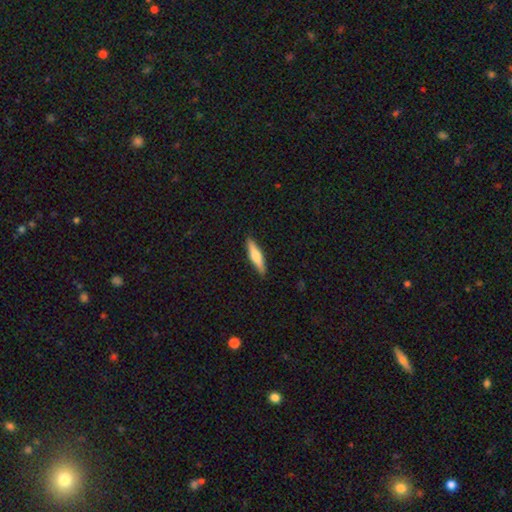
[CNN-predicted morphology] Smooth or featured? Predicted: smooth (p=0.52). How rounded? Predicted: cigar-shaped (p=0.79). Merging? Predicted: none (p=0.90).